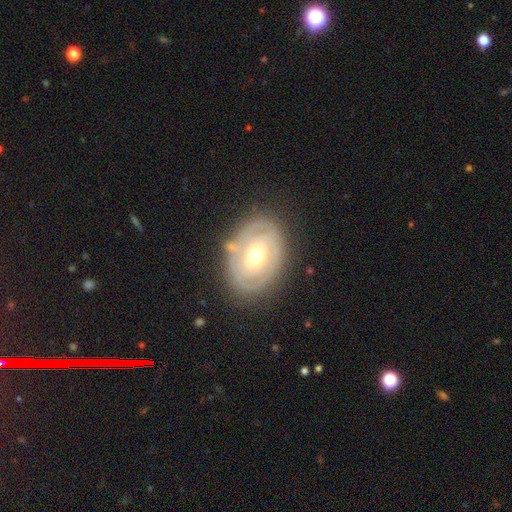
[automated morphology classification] This is likely a featured or disk galaxy (73%). It is clearly not viewed edge-on (95%). Bar: likely no (69%). Spiral arm pattern: likely yes (64%). Central bulge: likely moderate (67%). Merging: likely none (76%).